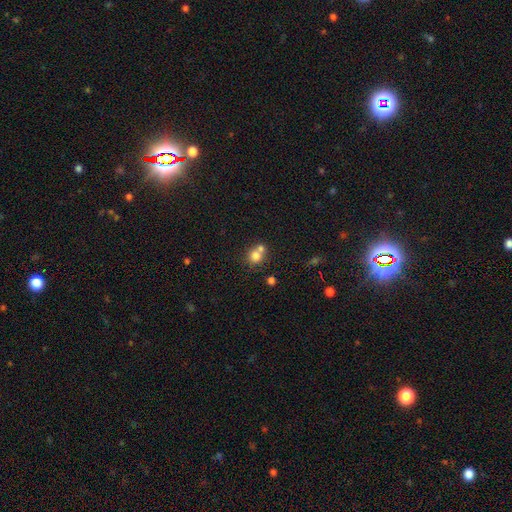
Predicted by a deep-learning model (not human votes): Smooth or featured: smooth — 77% (featured or disk — 12%)
How rounded: round — 80% (in between — 19%)
Merging: merger — 48% (none — 41%)